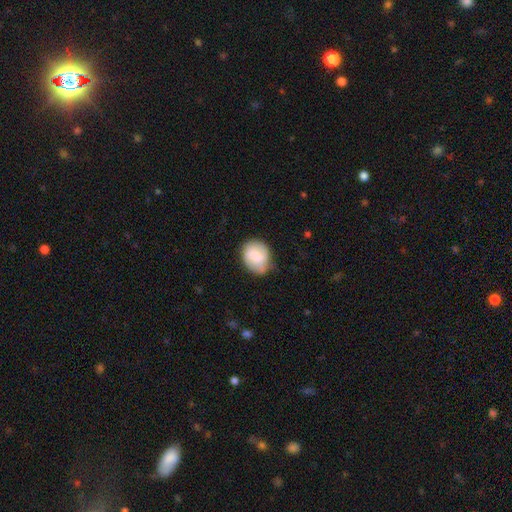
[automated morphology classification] The model was most divided on "how rounded": round: 60%, in between: 39%, cigar-shaped: 1%. More confident: merging — none (70%); smooth or featured — smooth (57%).